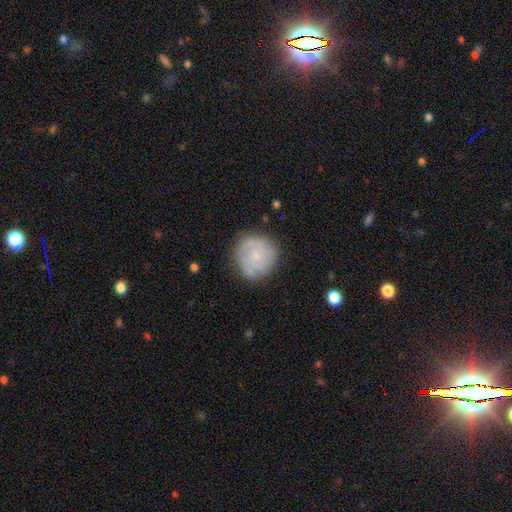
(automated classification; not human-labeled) Smooth or featured? featured or disk (53%)
Edge-on disk? no (98%)
Bar? no (80%)
Spiral arms? yes (83%)
Bulge size? small (73%)
Merging? none (76%)